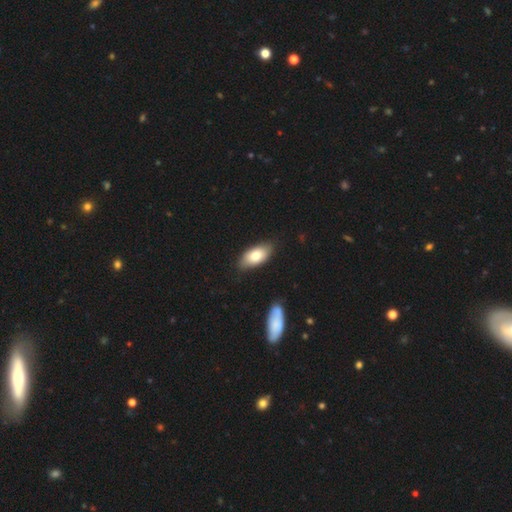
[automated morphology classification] A smooth galaxy with no disk features (79%) that is in between round and cigar-shaped (92%). Merging: none (81%).